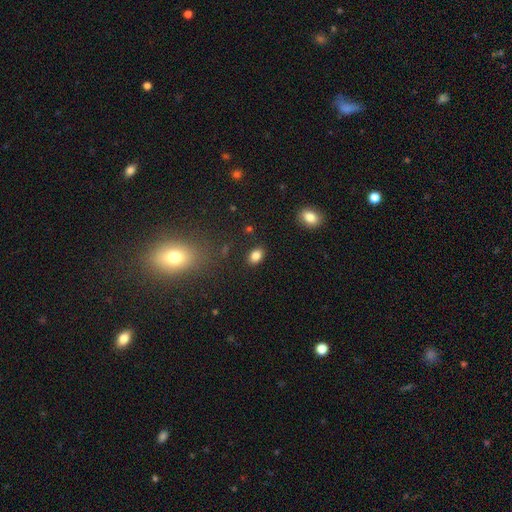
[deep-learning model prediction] Smooth or featured: smooth — 83% (star or artifact — 11%)
How rounded: in between — 75% (round — 23%)
Merging: none — 86% (minor disturbance — 9%)